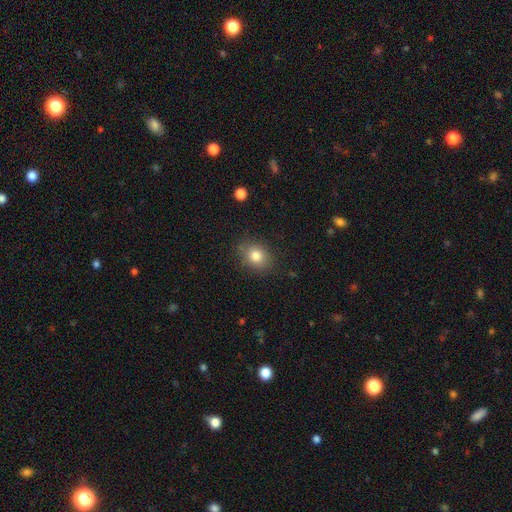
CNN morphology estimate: Smooth or featured?
  - smooth: 81% *
  - star or artifact: 11%
  - featured or disk: 9%
How rounded?
  - in between: 50% *
  - round: 49%
  - cigar-shaped: 1%
Merging?
  - none: 83% *
  - minor disturbance: 12%
  - major disturbance: 3%
  - merger: 1%